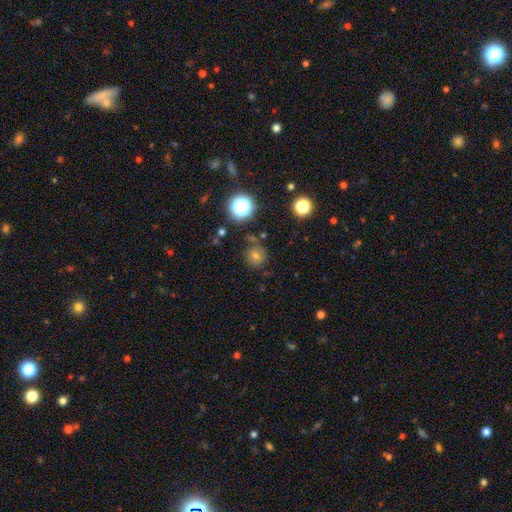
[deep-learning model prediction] Q: Smooth or featured?
A: smooth (58%); runner-up: star or artifact (27%)
Q: How rounded?
A: round (88%); runner-up: in between (11%)
Q: Merging?
A: none (76%); runner-up: minor disturbance (14%)